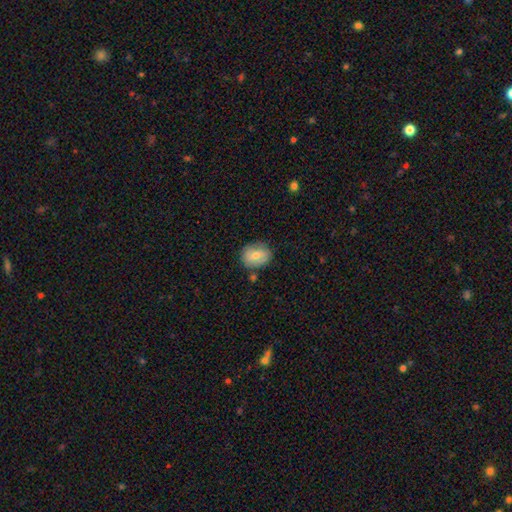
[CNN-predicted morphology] Smooth or featured: smooth — 68% (featured or disk — 25%)
How rounded: in between — 54% (round — 45%)
Merging: none — 74% (minor disturbance — 18%)